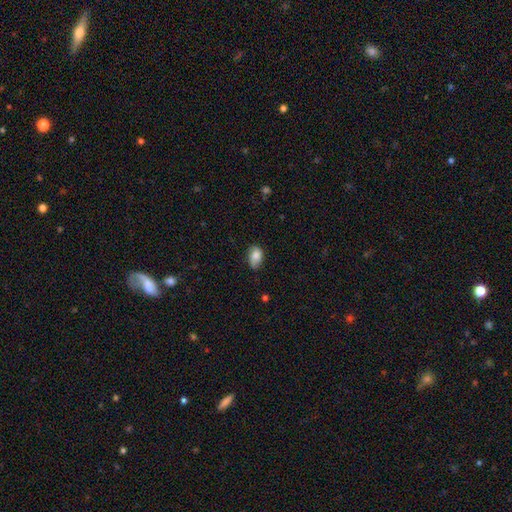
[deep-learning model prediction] Smooth or featured?
  - smooth: 83% *
  - featured or disk: 9%
  - star or artifact: 8%
How rounded?
  - in between: 85% *
  - round: 13%
  - cigar-shaped: 1%
Merging?
  - none: 63% *
  - minor disturbance: 30%
  - major disturbance: 5%
  - merger: 2%